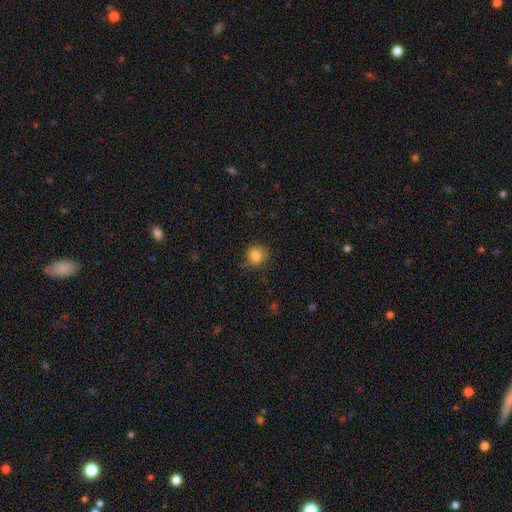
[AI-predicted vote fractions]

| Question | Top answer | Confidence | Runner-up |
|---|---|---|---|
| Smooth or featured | smooth | 83% | star or artifact (11%) |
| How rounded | round | 88% | in between (11%) |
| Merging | none | 76% | minor disturbance (18%) |